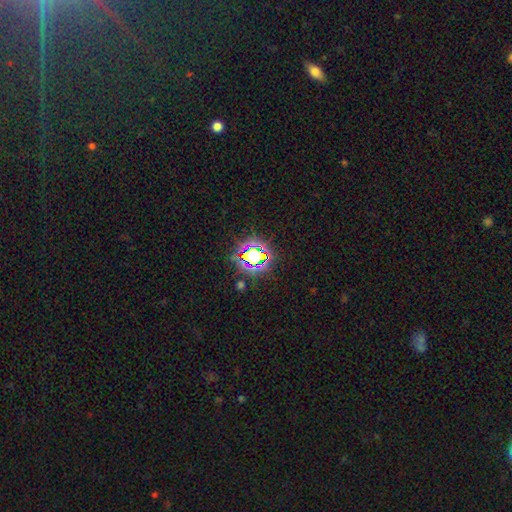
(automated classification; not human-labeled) The model was most divided on "smooth or featured": star or artifact: 68%, smooth: 20%, featured or disk: 12%.